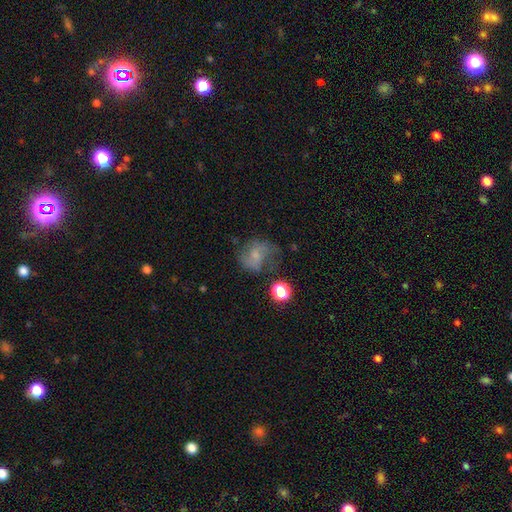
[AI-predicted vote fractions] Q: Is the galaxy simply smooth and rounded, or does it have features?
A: featured or disk — 43%, tied with smooth.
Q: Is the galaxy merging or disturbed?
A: none — 49%.